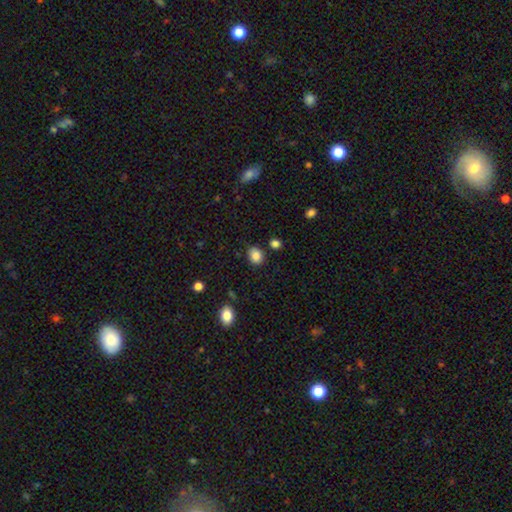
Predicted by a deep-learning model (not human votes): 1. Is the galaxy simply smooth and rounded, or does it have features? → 86% smooth, 10% star or artifact, 4% featured or disk.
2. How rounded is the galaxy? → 51% round, 48% in between, 1% cigar-shaped.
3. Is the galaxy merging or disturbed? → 81% none, 12% minor disturbance, 4% merger, 3% major disturbance.